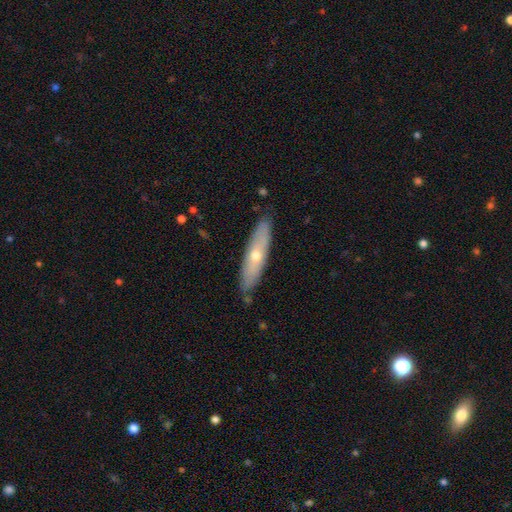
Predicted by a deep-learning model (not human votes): Smooth or featured? smooth (49%)
Merging? none (83%)